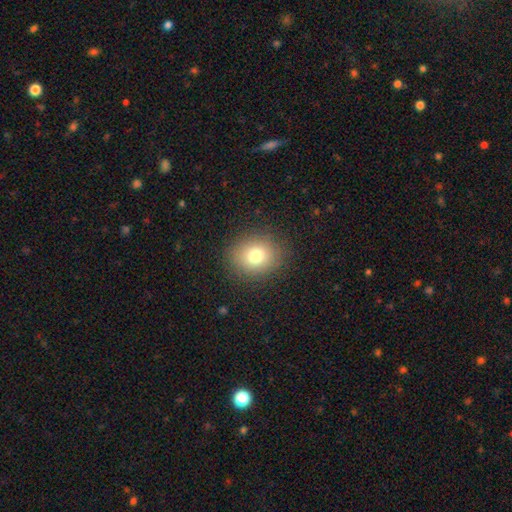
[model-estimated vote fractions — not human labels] Smooth or featured?
  - smooth: 77% *
  - star or artifact: 13%
  - featured or disk: 11%
How rounded?
  - round: 73% *
  - in between: 26%
  - cigar-shaped: 1%
Merging?
  - none: 88% *
  - minor disturbance: 8%
  - major disturbance: 3%
  - merger: 1%